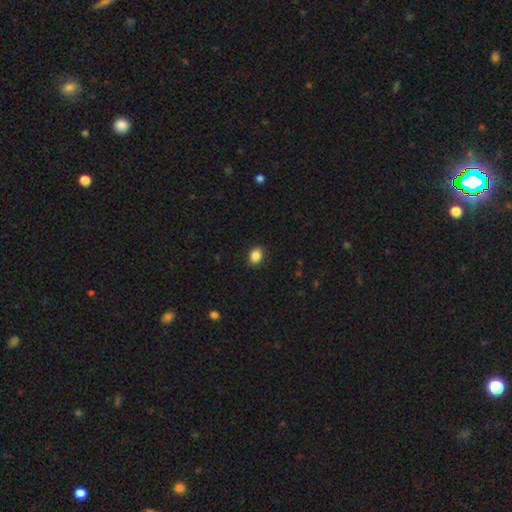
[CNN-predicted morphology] Smooth or featured: smooth — 86% (star or artifact — 9%)
How rounded: round — 50% (in between — 49%)
Merging: none — 88% (minor disturbance — 9%)